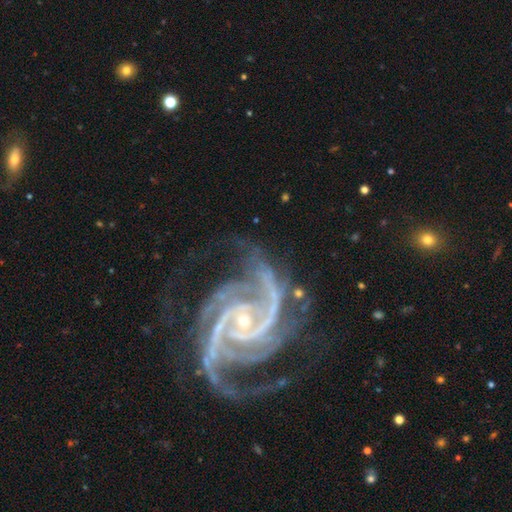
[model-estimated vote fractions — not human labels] This is clearly a featured or disk galaxy (93%). It is clearly not viewed edge-on (98%). Bar: possibly no (50%). Spiral arm pattern: clearly yes (99%). Spiral arm count: marginally 3 (36%). Spiral winding: possibly medium (48%). Central bulge: clearly small (81%). Merging: likely none (63%).